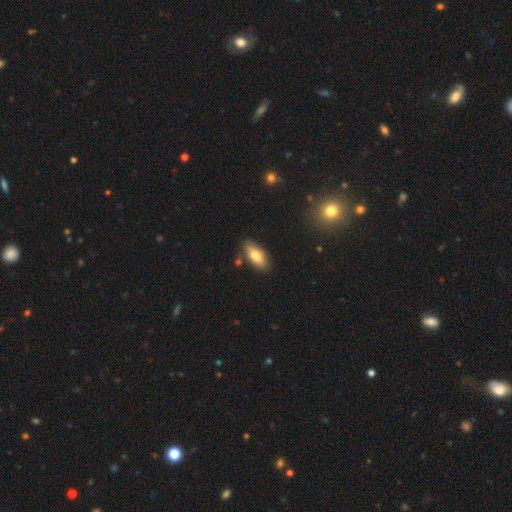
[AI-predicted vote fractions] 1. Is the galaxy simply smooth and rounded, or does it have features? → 78% smooth, 16% featured or disk, 7% star or artifact.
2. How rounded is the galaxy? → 85% in between, 12% cigar-shaped, 3% round.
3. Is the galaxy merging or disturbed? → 82% none, 12% minor disturbance, 4% merger, 2% major disturbance.